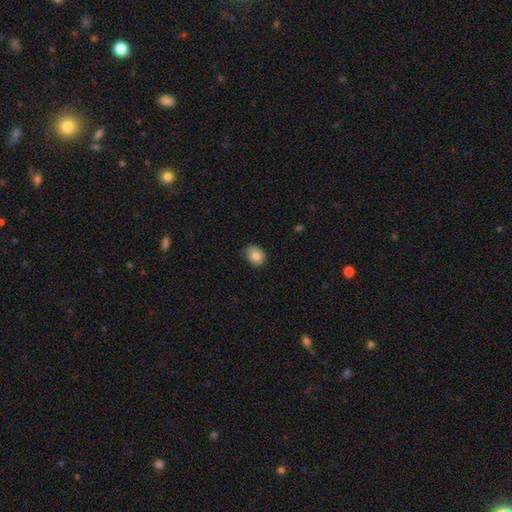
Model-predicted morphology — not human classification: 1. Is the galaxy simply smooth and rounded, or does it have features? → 80% smooth, 12% featured or disk, 8% star or artifact.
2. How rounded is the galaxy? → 57% in between, 42% round, 1% cigar-shaped.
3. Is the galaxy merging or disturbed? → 73% none, 23% minor disturbance, 3% major disturbance, 1% merger.